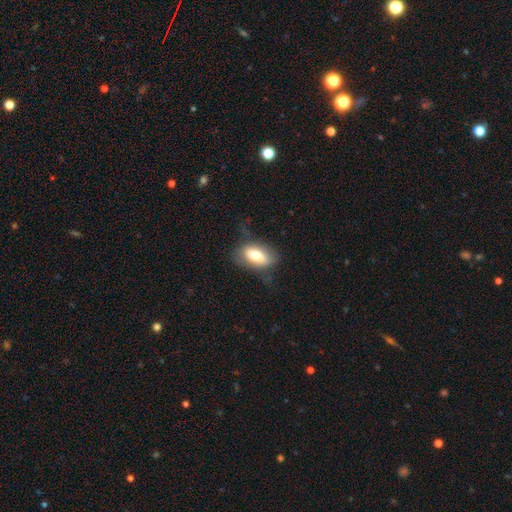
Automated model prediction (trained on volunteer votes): smooth 66%, featured or disk 27%, star or artifact 8%. Down the decision tree: how rounded — in between (88%); merging — none (65%).